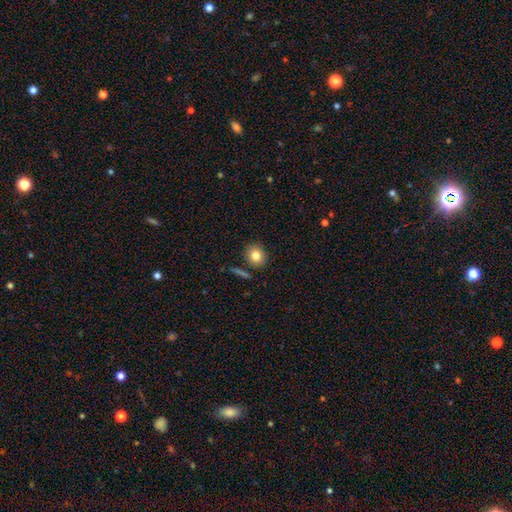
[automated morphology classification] This is clearly a smooth galaxy (81%). How rounded: clearly round (80%). Merging: clearly none (86%).